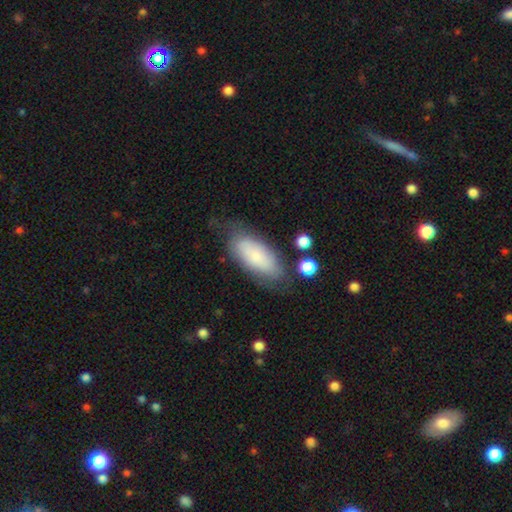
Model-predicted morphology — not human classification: smooth-or-featured: smooth: 74% | featured or disk: 19% | star or artifact: 7%
  how-rounded: in between: 85% | cigar-shaped: 13% | round: 2%
  merging: none: 65% | minor disturbance: 23% | major disturbance: 8% | merger: 3%